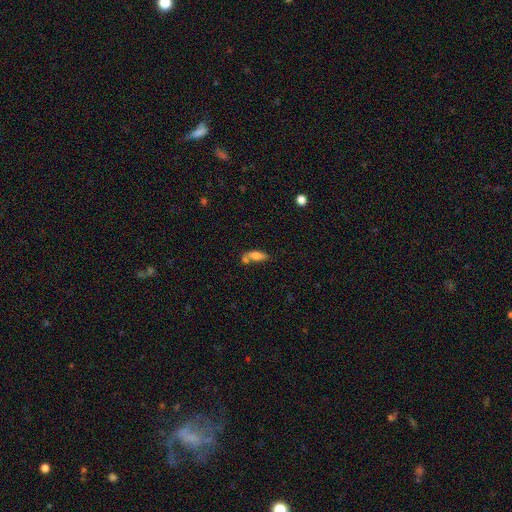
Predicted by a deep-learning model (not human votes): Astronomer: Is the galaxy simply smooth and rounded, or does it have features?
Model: smooth — 68%.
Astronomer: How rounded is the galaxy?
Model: in between — 65%.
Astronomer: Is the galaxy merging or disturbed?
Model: none — 43% (runner-up: merger, 33%).